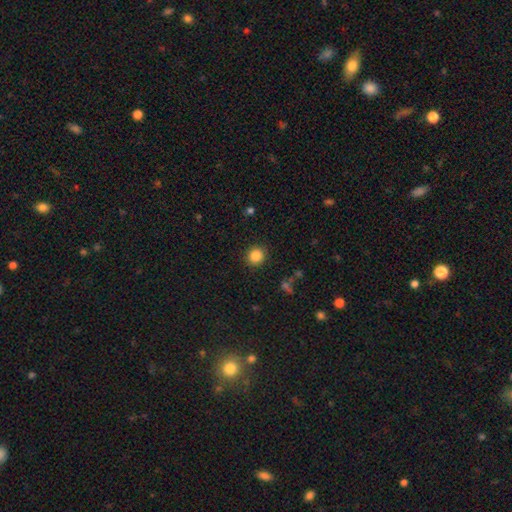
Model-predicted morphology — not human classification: A smooth galaxy with no disk features (85%) that is round (89%).

Vote fractions:
- Smooth or featured? smooth: 85% / star or artifact: 11% / featured or disk: 4%
- How rounded? round: 89% / in between: 10% / cigar-shaped: 1%
- Merging? none: 90% / minor disturbance: 6% / major disturbance: 2% / merger: 1%